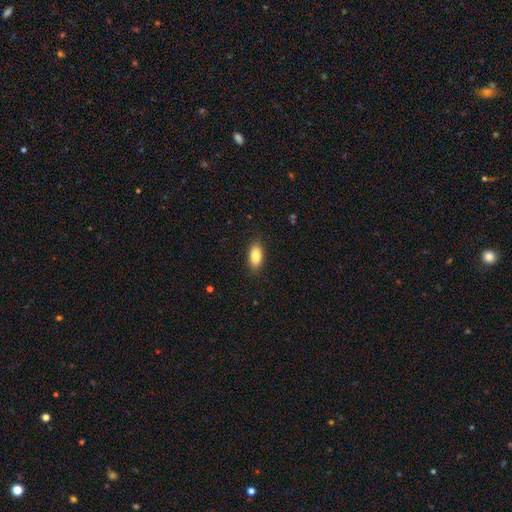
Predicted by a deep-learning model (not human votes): A smooth galaxy with no disk features (86%) that is in between round and cigar-shaped (87%). Merging: none (87%).